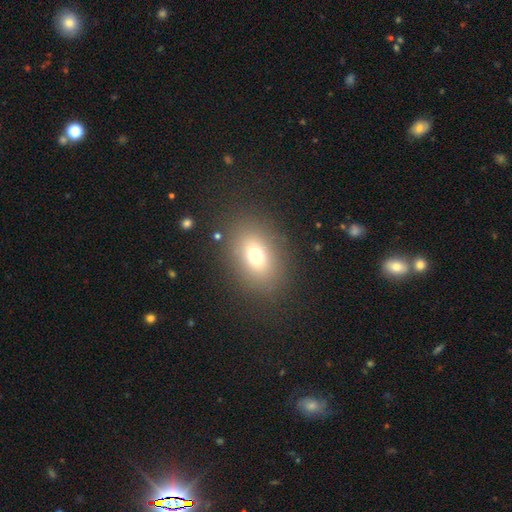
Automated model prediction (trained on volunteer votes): Smooth or featured? Predicted: smooth (p=0.70). How rounded? Predicted: in between (p=0.67). Merging? Predicted: none (p=0.83).